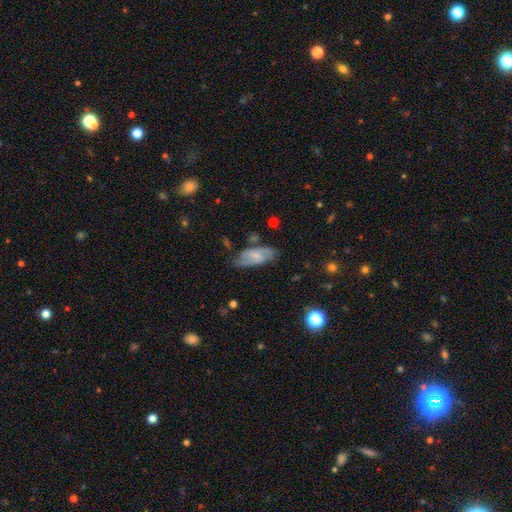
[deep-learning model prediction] Overall: featured or disk (53%; smooth 40%). Edge-on disk: no (90%). Merging: none (63%; minor disturbance 24%).